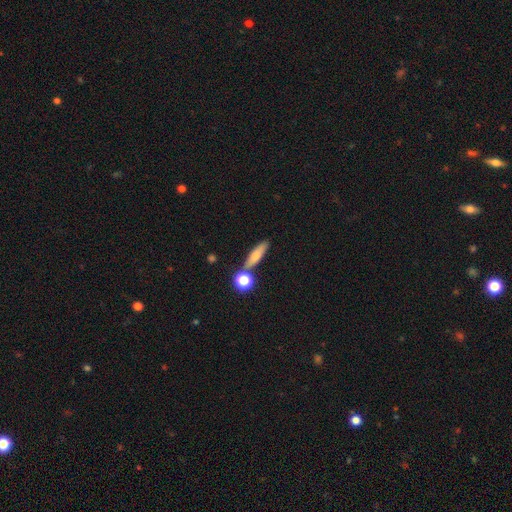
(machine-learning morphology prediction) This appears to be a smooth galaxy with no disk features (64%) that is cigar-shaped (63%). Merging: none (73%).